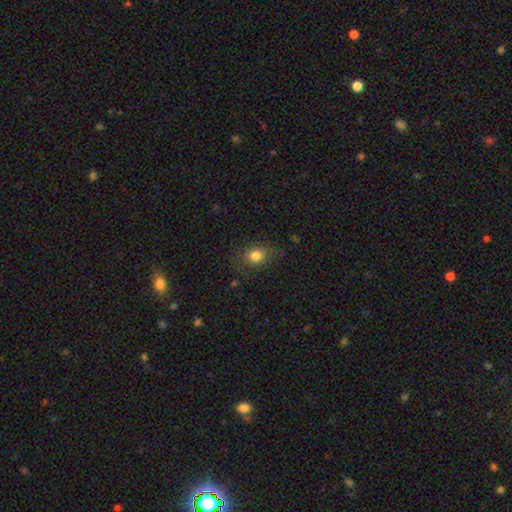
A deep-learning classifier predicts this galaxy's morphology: smooth 81%, star or artifact 12%, featured or disk 8%. Down the decision tree: how rounded — round (53%); merging — none (80%).